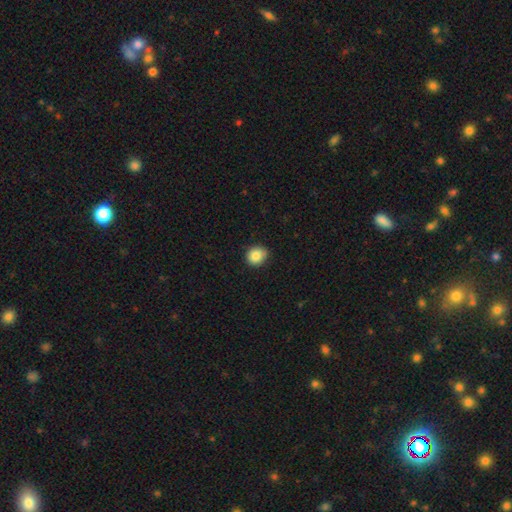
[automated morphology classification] Smooth or featured? Predicted: smooth (p=0.85). How rounded? Predicted: round (p=0.82). Merging? Predicted: none (p=0.84).